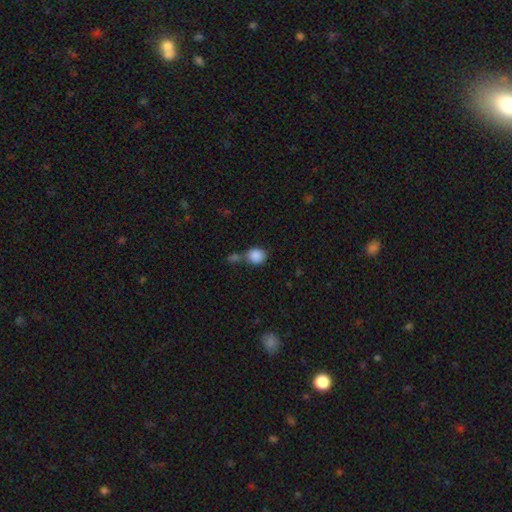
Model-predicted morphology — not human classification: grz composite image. It shows a smooth galaxy with no disk features (87%) that is round (76%). Merging: none (46%).